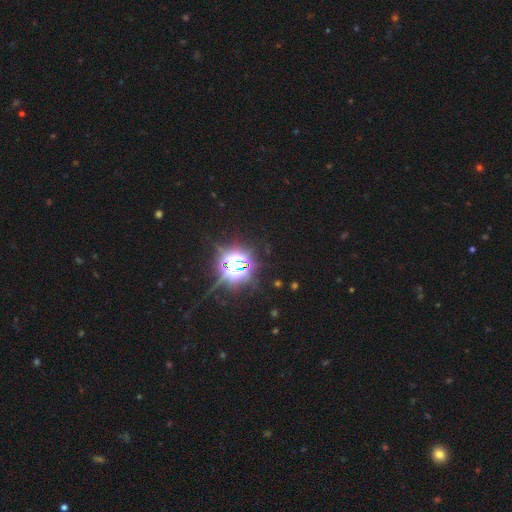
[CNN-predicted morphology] A star or artifact, not a galaxy (85%).